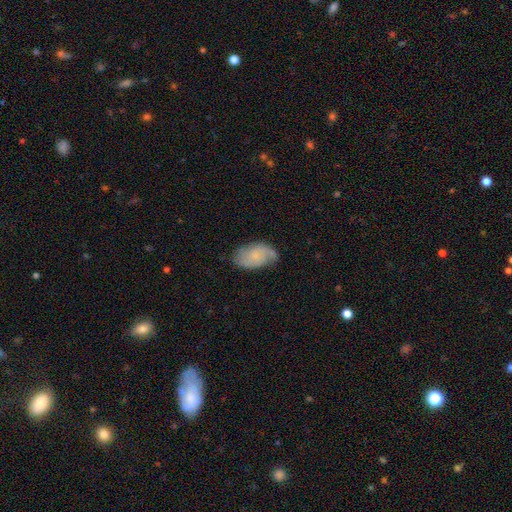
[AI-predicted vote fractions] This appears to be a featured or disk galaxy (51%). Merging: none (67%).